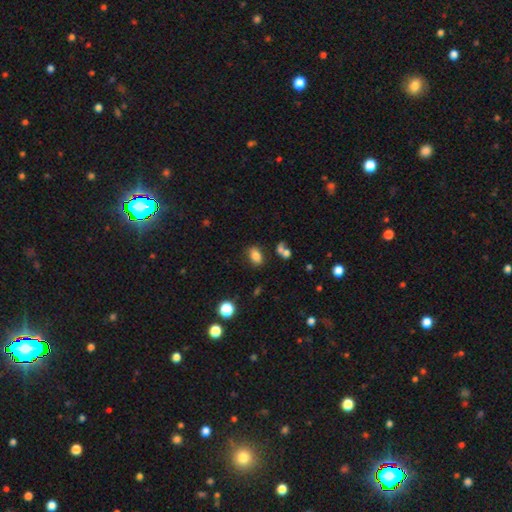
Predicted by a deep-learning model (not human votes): This is clearly a smooth galaxy (82%). How rounded: clearly in between (85%). Merging: likely none (77%).